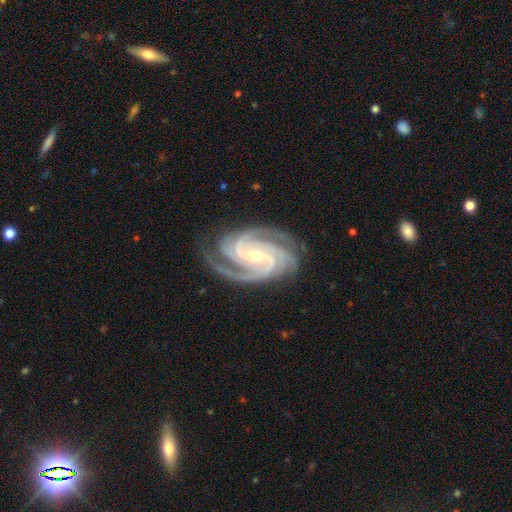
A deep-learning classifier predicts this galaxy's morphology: This is clearly a featured or disk galaxy (94%). It is clearly not viewed edge-on (98%). Bar: marginally no (41%). Spiral arm pattern: clearly yes (99%). Spiral arm count: marginally 3 (40%). Spiral winding: likely tight (71%). Central bulge: possibly small (56%). Merging: clearly none (81%).